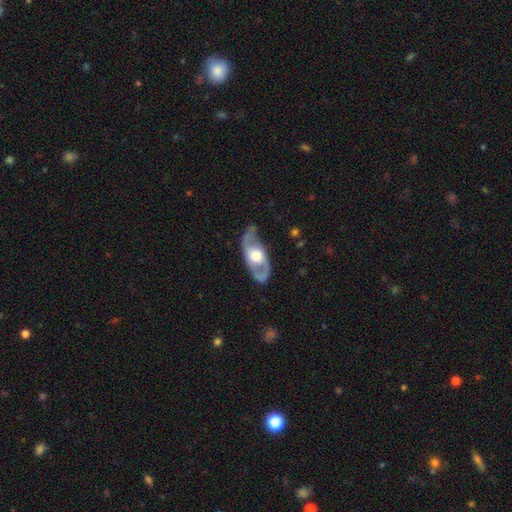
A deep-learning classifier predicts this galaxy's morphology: type=featured or disk (80%); edge-on=no (87%); bar=no (69%); spiral arms=yes (77%); winding=medium (47%); arm count=2 (87%); bulge=moderate (55%); merging=none (72%).